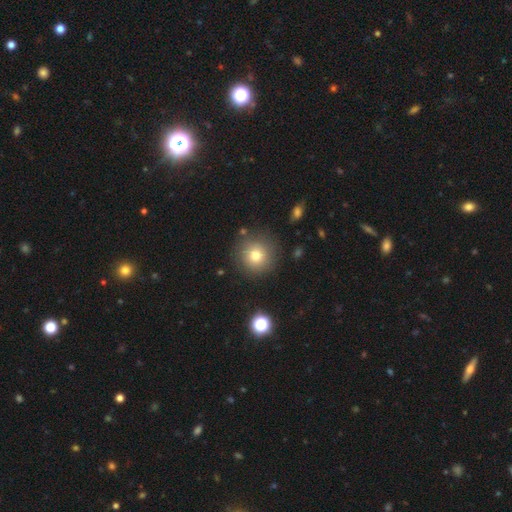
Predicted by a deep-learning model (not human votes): Smooth or featured: smooth — 75% (star or artifact — 14%)
How rounded: round — 95% (in between — 4%)
Merging: none — 85% (minor disturbance — 9%)